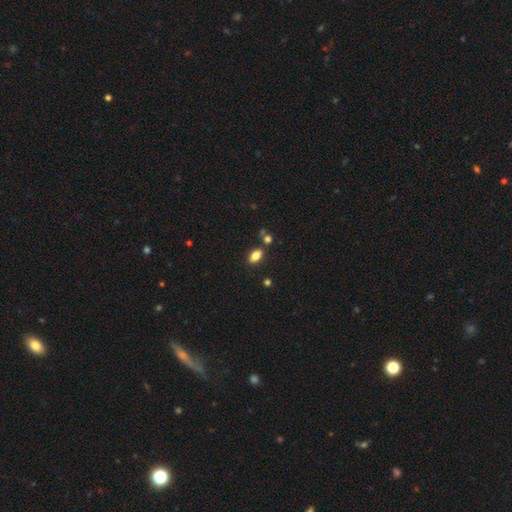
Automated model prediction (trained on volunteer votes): Smooth or featured: smooth — 83% (star or artifact — 10%)
How rounded: in between — 87% (round — 10%)
Merging: none — 77% (minor disturbance — 11%)